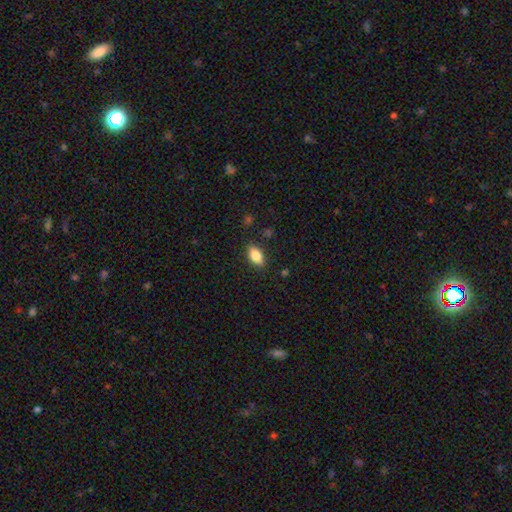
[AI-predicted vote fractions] smooth 85%, star or artifact 8%, featured or disk 7%. Down the decision tree: how rounded — in between (90%); merging — none (86%).